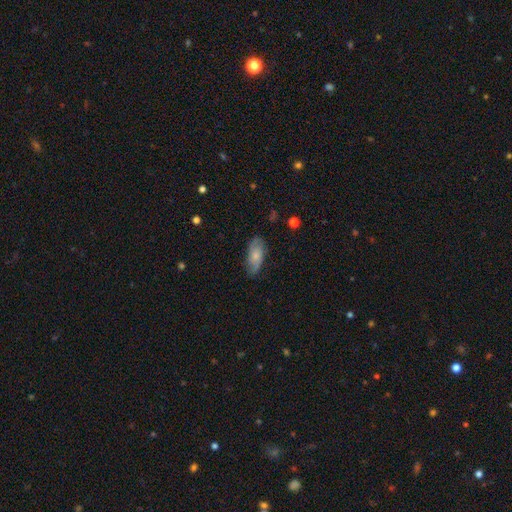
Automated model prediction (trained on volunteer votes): This is likely a smooth galaxy (61%). How rounded: clearly in between (86%). Merging: likely none (76%).